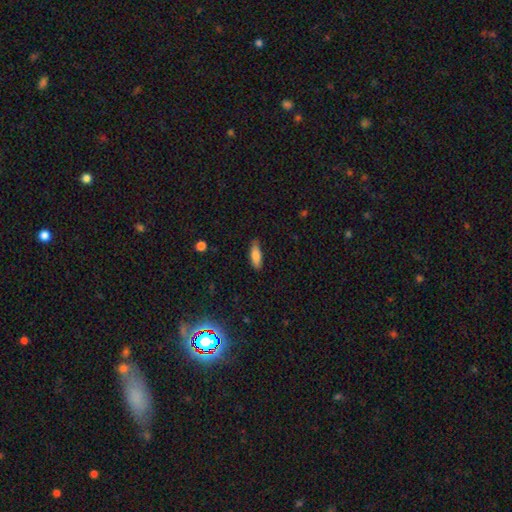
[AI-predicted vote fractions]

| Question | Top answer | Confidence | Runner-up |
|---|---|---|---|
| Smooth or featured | smooth | 82% | featured or disk (12%) |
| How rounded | in between | 64% | cigar-shaped (34%) |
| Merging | none | 81% | minor disturbance (15%) |